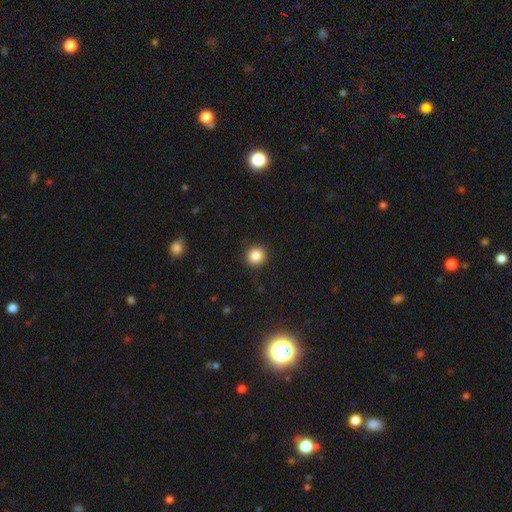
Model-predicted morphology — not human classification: Q: Smooth or featured?
A: smooth (85%); runner-up: star or artifact (10%)
Q: How rounded?
A: round (93%); runner-up: in between (6%)
Q: Merging?
A: none (92%); runner-up: minor disturbance (5%)